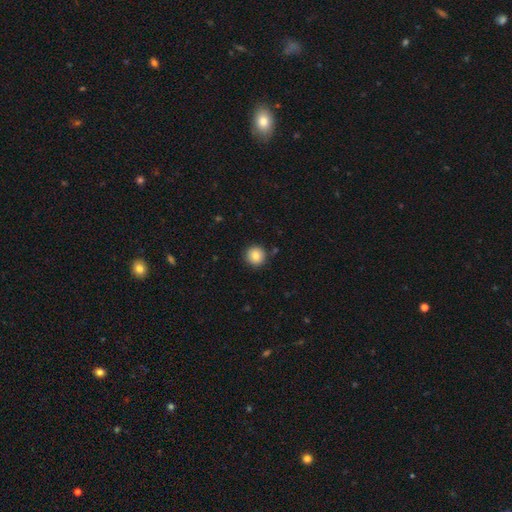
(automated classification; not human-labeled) Smooth or featured? smooth (83%)
How rounded? round (95%)
Merging? none (89%)